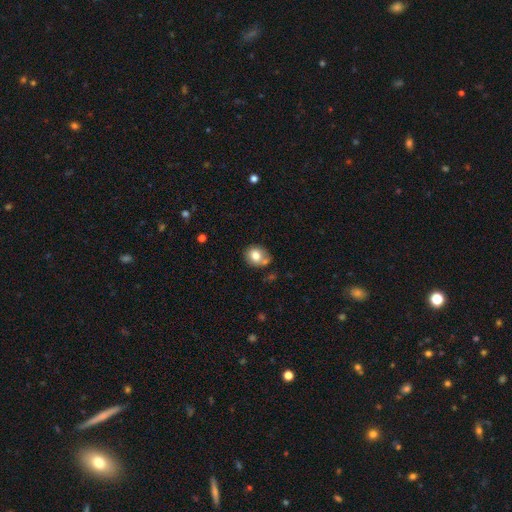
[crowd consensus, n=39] Smooth or featured? smooth (82%)
How rounded? round (69%)
Merging? none (69%)